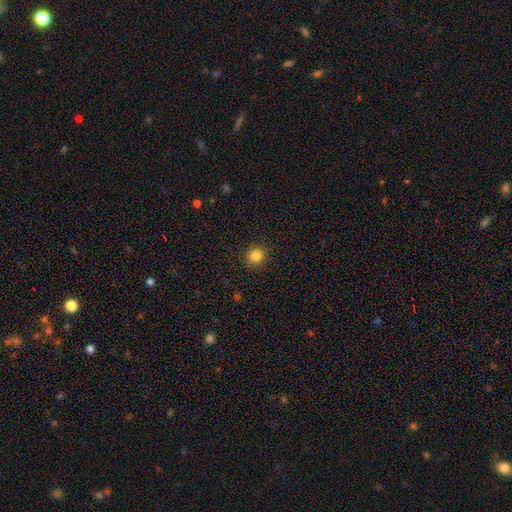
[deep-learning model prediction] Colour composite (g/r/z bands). It shows a smooth galaxy with no disk features (85%) that is round (84%). Merging: none (90%).